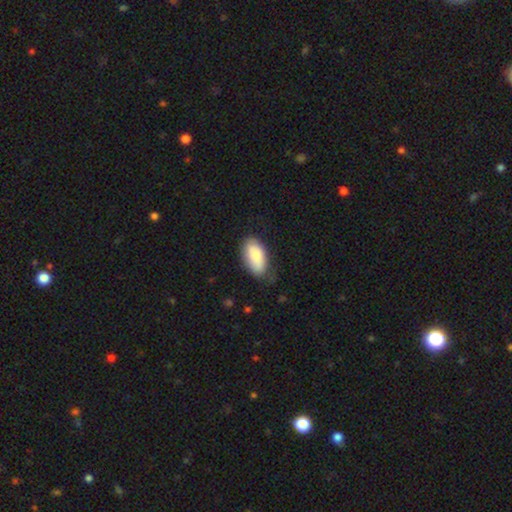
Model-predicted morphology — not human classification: Smooth or featured: smooth — 82% (featured or disk — 12%)
How rounded: in between — 93% (cigar-shaped — 4%)
Merging: none — 65% (minor disturbance — 27%)